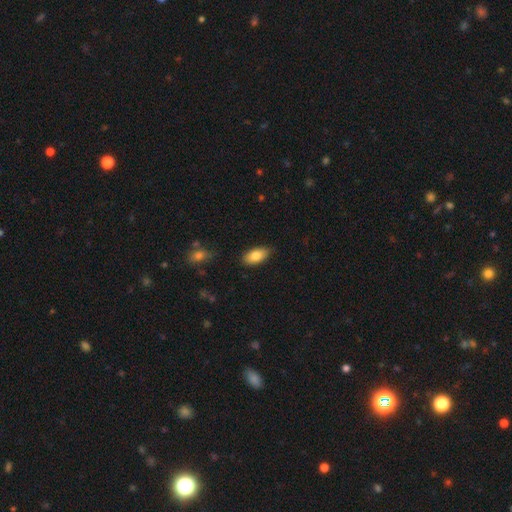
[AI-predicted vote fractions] The model was most divided on "smooth or featured": smooth: 82%, featured or disk: 11%, star or artifact: 7%. More confident: how rounded — in between (92%); merging — none (84%).